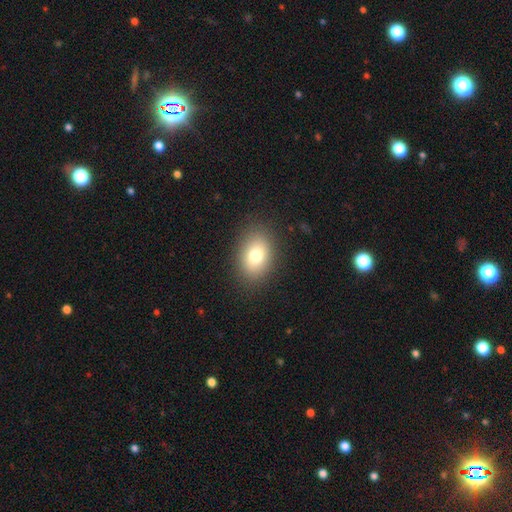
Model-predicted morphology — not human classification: smooth_or_featured: smooth (p=0.77) [alt: featured or disk p=0.13]
how_rounded: in between (p=0.74) [alt: round p=0.25]
merging: none (p=0.87) [alt: minor disturbance p=0.09]